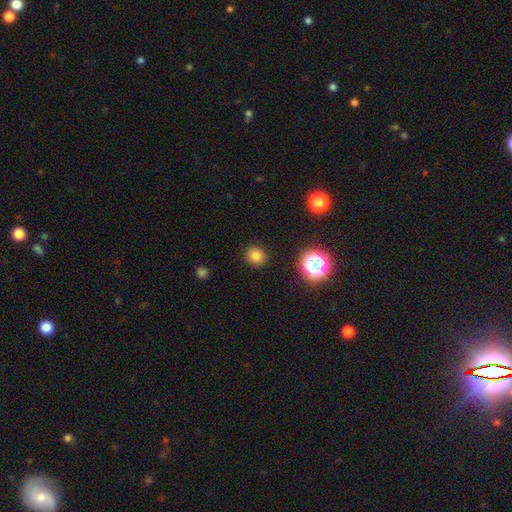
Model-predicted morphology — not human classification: Smooth or featured?
  - smooth: 79% *
  - star or artifact: 17%
  - featured or disk: 4%
How rounded?
  - round: 84% *
  - in between: 15%
  - cigar-shaped: 1%
Merging?
  - none: 89% *
  - minor disturbance: 7%
  - major disturbance: 3%
  - merger: 1%